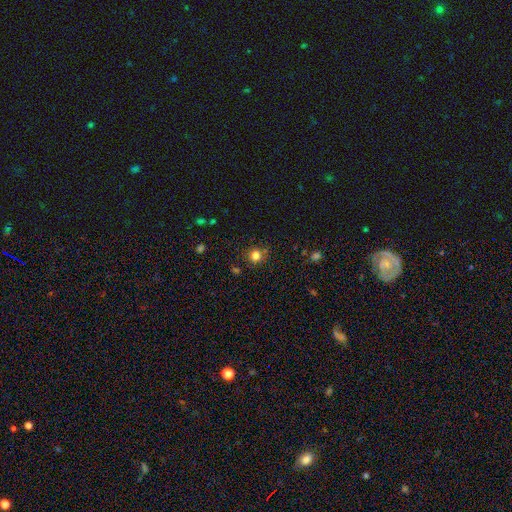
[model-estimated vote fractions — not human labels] Smooth or featured? smooth (80%)
How rounded? round (90%)
Merging? none (82%)